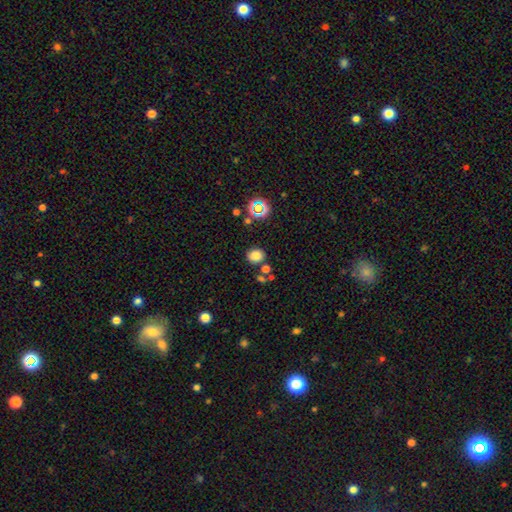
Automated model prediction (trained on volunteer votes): Morphology: type=smooth (78%); roundness=round (73%); merging=none (78%).